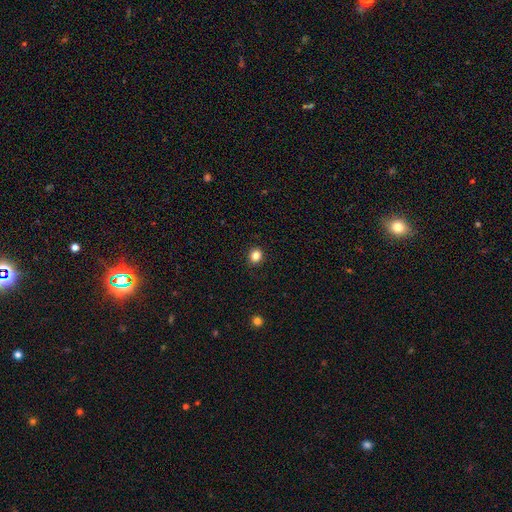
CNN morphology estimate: smooth_or_featured: smooth (p=0.84) [alt: star or artifact p=0.11]
how_rounded: round (p=0.73) [alt: in between p=0.26]
merging: none (p=0.90) [alt: minor disturbance p=0.07]